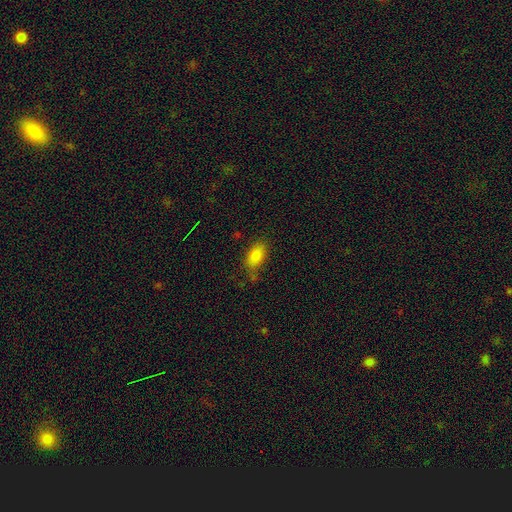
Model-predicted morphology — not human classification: type=smooth (83%); roundness=in between (90%); merging=none (68%).